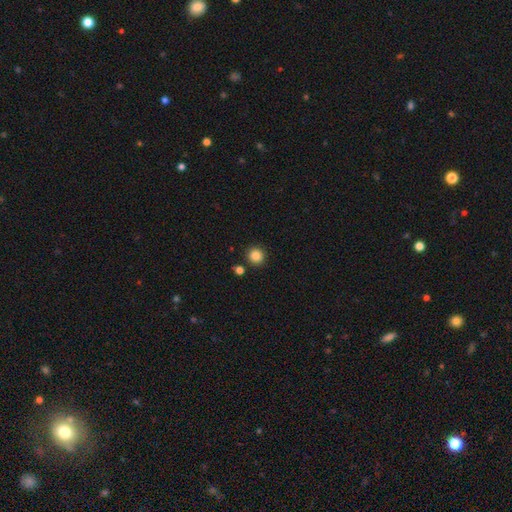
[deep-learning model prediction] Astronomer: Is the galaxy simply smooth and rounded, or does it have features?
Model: smooth — 85%.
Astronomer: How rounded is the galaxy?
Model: round — 93%.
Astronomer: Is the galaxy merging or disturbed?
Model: none — 88%.